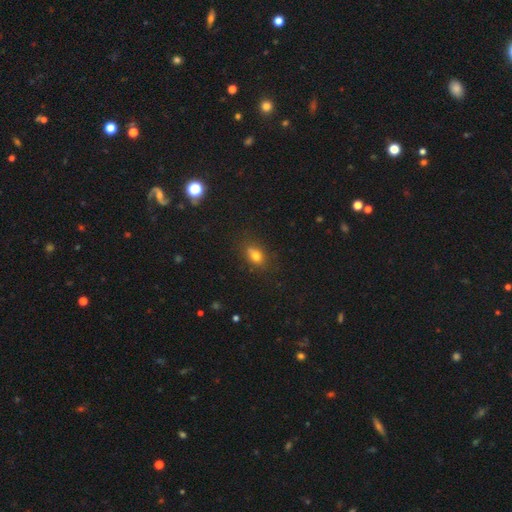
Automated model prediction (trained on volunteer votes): Smooth or featured? smooth (75%)
How rounded? in between (68%)
Merging? none (67%)